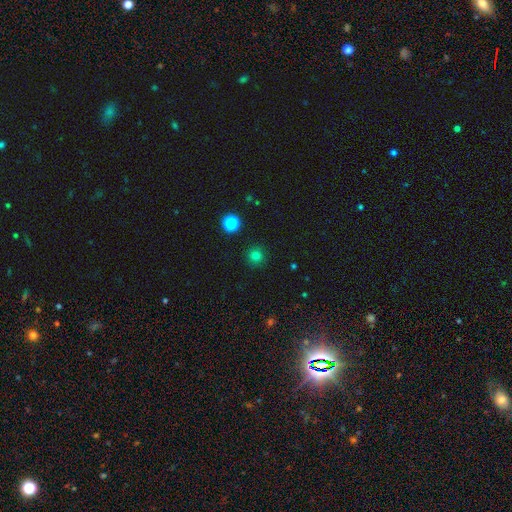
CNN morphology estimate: smooth-or-featured: smooth: 78% | star or artifact: 17% | featured or disk: 5%
  how-rounded: round: 95% | in between: 4% | cigar-shaped: 1%
  merging: none: 92% | minor disturbance: 5% | major disturbance: 2% | merger: 1%